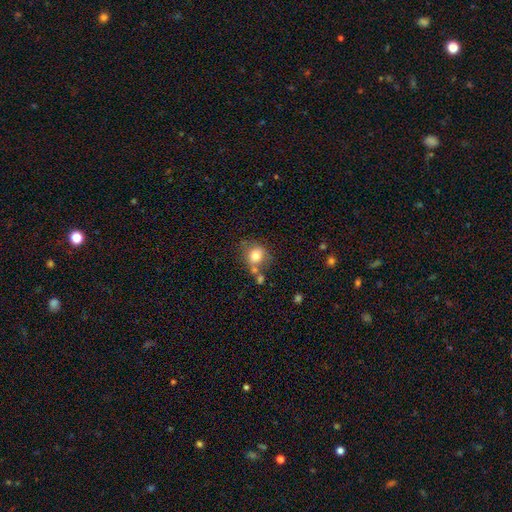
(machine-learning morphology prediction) The model was most divided on "merging": none: 56%, merger: 20%, minor disturbance: 17%, major disturbance: 7%. More confident: how rounded — round (78%); smooth or featured — smooth (76%).